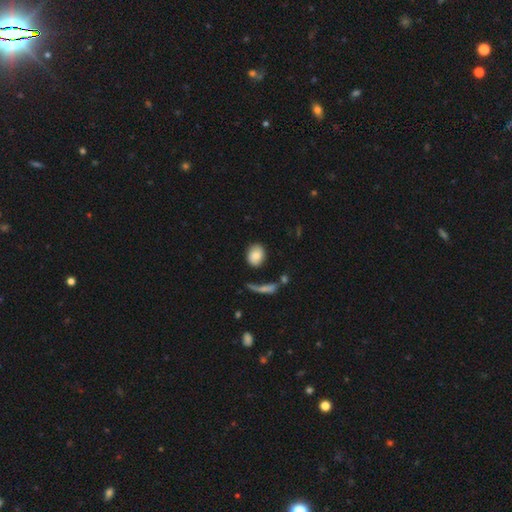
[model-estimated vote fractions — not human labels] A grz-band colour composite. It shows a smooth galaxy with no disk features (82%) that is in between round and cigar-shaped (62%). Merging: none (72%).